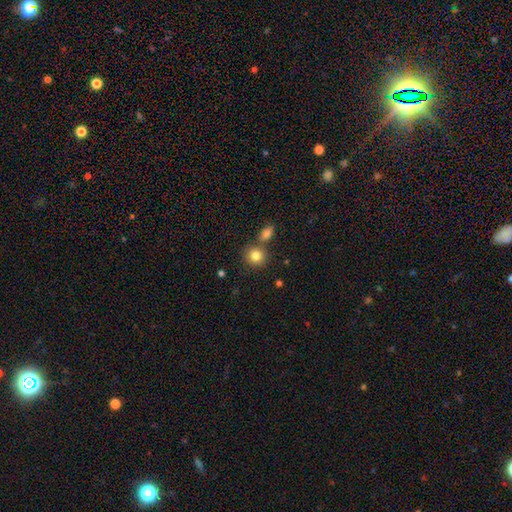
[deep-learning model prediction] Morphology: type=smooth (83%); roundness=round (86%); merging=none (69%).